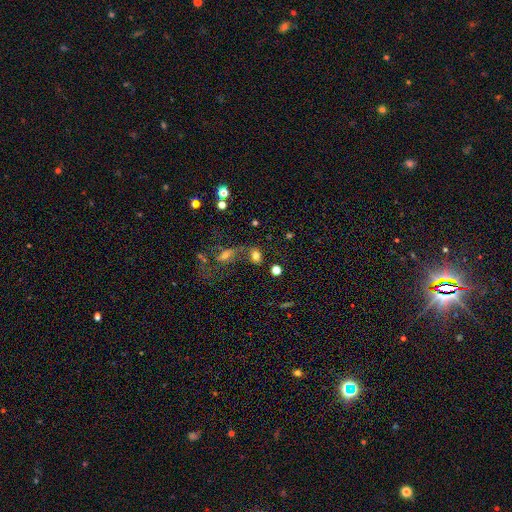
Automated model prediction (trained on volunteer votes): Morphology: type=smooth (74%); roundness=in between (54%); merging=none (50%).